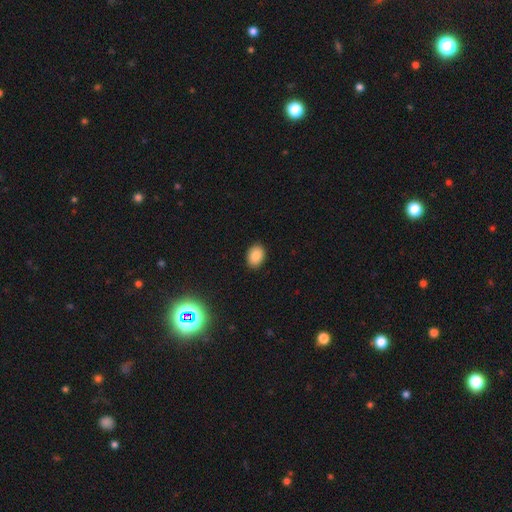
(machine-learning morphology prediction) Smooth or featured? smooth (86%)
How rounded? in between (77%)
Merging? none (89%)